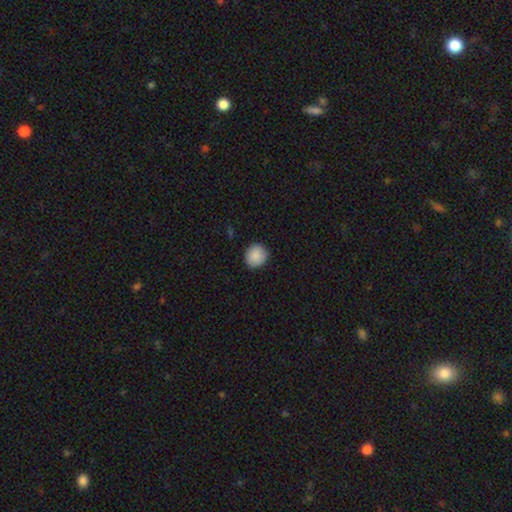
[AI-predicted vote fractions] Smooth or featured? smooth (88%)
How rounded? round (86%)
Merging? none (88%)